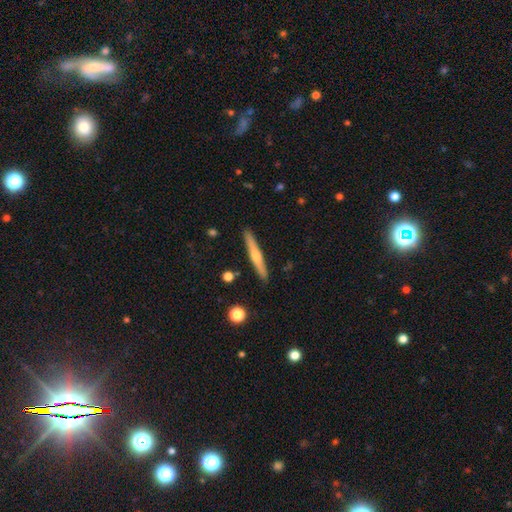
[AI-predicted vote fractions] Q: Smooth or featured?
A: featured or disk (56%); runner-up: smooth (38%)
Q: Edge-on disk?
A: yes (97%); runner-up: no (3%)
Q: Edge-on bulge?
A: rounded (74%); runner-up: none (20%)
Q: Merging?
A: none (91%); runner-up: minor disturbance (6%)